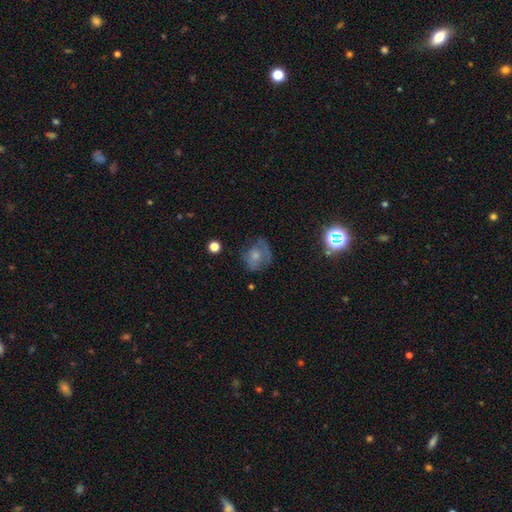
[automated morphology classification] smooth-or-featured: smooth: 55% | featured or disk: 32% | star or artifact: 13%
  how-rounded: round: 53% | in between: 46% | cigar-shaped: 1%
  merging: none: 47% | minor disturbance: 29% | major disturbance: 22% | merger: 2%